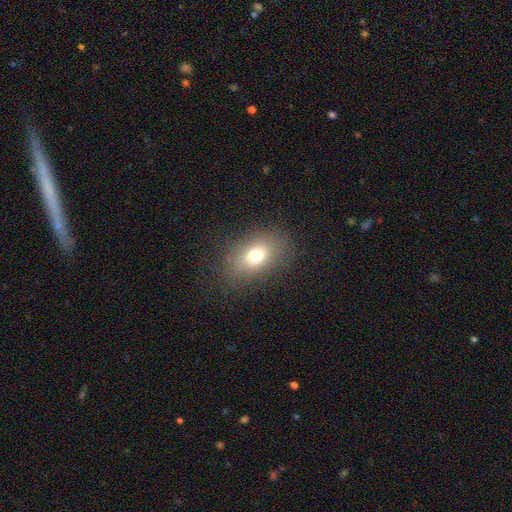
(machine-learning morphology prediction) smooth 72%, featured or disk 15%, star or artifact 13%. Down the decision tree: how rounded — in between (77%); merging — none (80%).